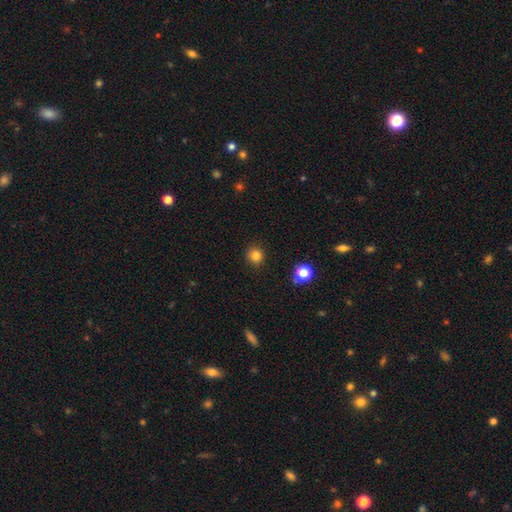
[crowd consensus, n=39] This appears to be a smooth galaxy with no disk features (90%) that is round (97%). Merging: none (91%).